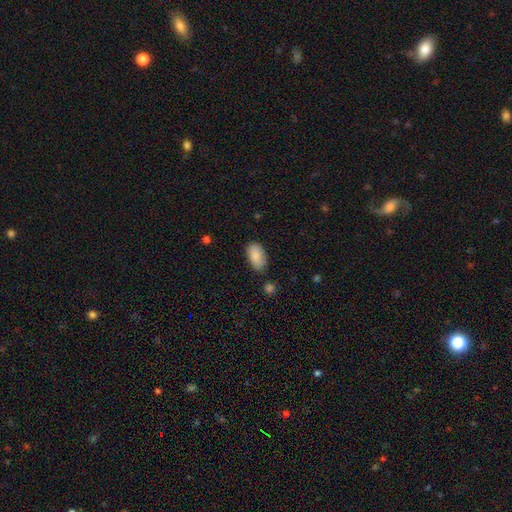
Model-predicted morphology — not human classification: This appears to be a smooth galaxy with no disk features (87%) that is in between round and cigar-shaped (94%). Merging: none (76%).